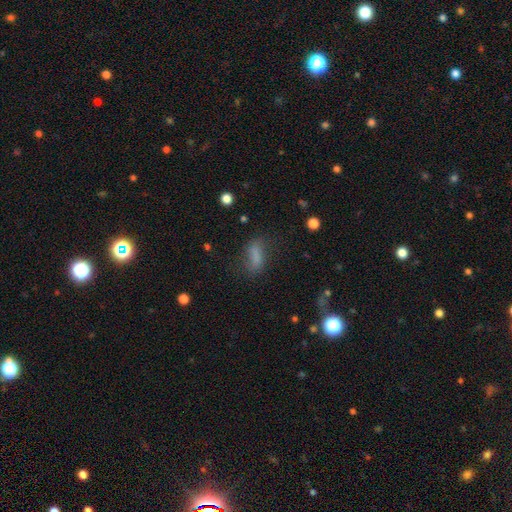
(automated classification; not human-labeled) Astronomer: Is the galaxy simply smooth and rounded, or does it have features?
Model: smooth — 74%.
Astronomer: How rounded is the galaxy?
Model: in between — 71%.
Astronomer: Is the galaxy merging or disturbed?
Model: none — 60%.